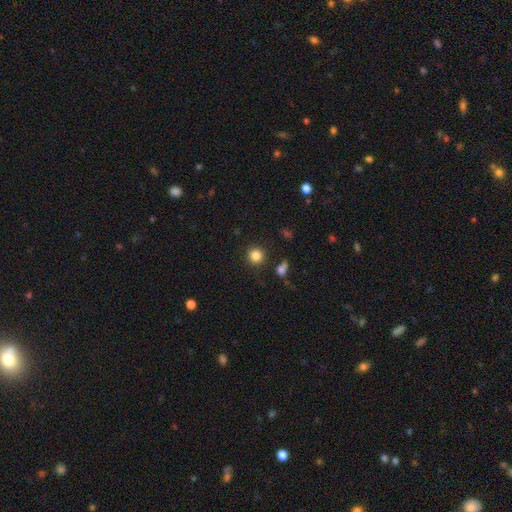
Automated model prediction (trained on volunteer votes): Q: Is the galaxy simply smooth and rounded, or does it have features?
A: smooth — 83%.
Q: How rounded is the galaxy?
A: round — 93%.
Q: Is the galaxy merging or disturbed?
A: none — 87%.